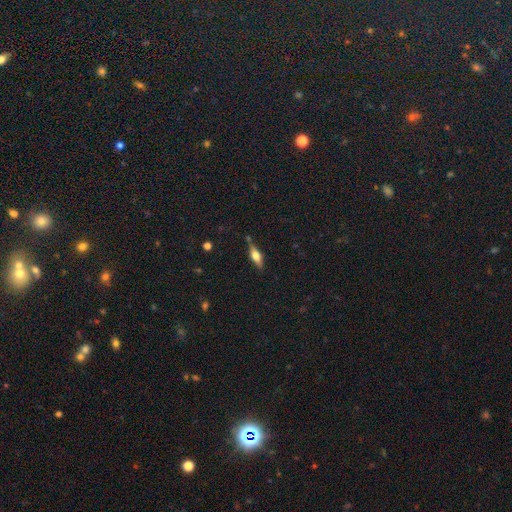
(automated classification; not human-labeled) The model was most divided on "smooth or featured": featured or disk: 48%, smooth: 44%, star or artifact: 8%. More confident: merging — none (77%).